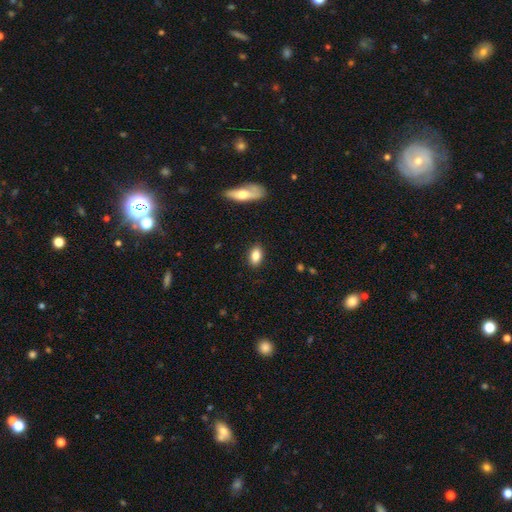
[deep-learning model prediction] A smooth galaxy with no disk features (83%) that is in between round and cigar-shaped (86%). Merging: none (88%).